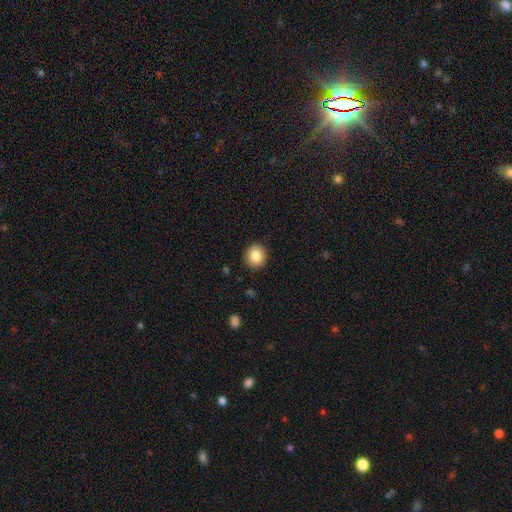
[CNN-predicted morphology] smooth-or-featured: smooth: 85% | star or artifact: 9% | featured or disk: 6%
  how-rounded: round: 80% | in between: 19% | cigar-shaped: 1%
  merging: none: 90% | minor disturbance: 7% | major disturbance: 2% | merger: 1%